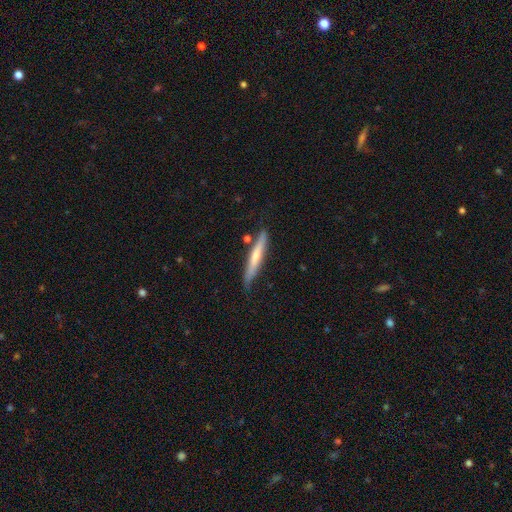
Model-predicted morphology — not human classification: The model was most divided on "smooth or featured": smooth: 48%, featured or disk: 47%, star or artifact: 5%. More confident: merging — none (74%).